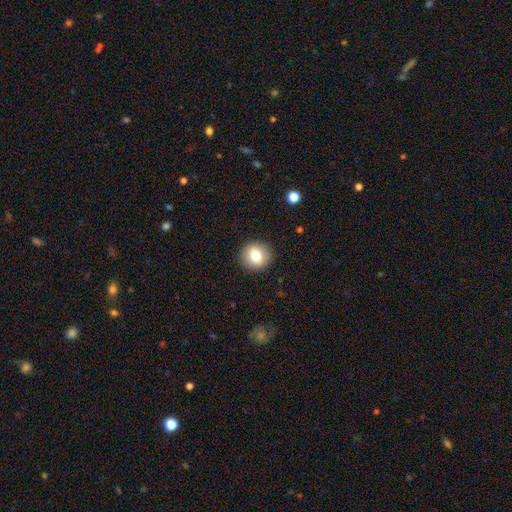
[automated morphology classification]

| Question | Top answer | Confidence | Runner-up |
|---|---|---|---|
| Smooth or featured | smooth | 78% | featured or disk (13%) |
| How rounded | round | 88% | in between (11%) |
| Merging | none | 91% | minor disturbance (6%) |